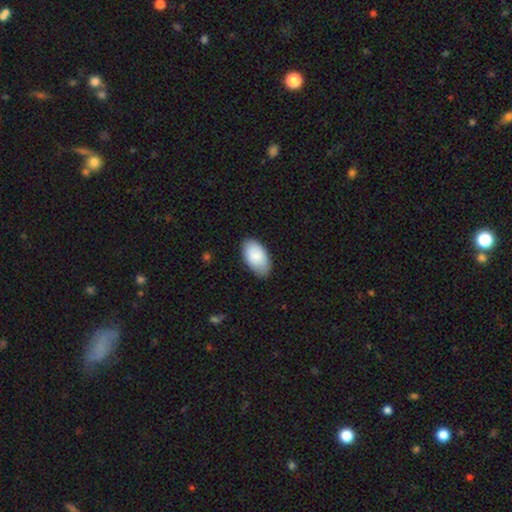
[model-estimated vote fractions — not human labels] Smooth or featured? Predicted: smooth (p=0.87). How rounded? Predicted: in between (p=0.96). Merging? Predicted: none (p=0.81).